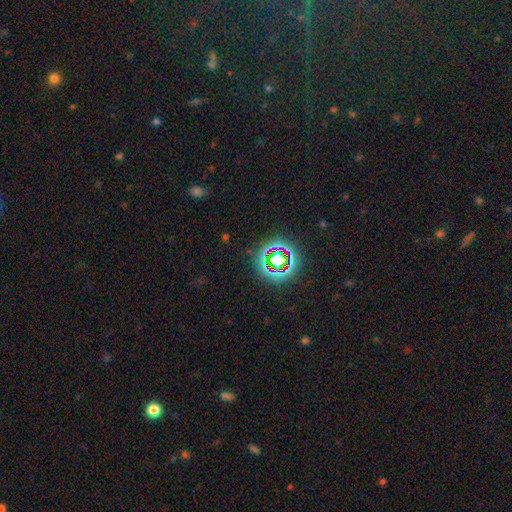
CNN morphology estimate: star or artifact 71%, smooth 17%, featured or disk 12%.